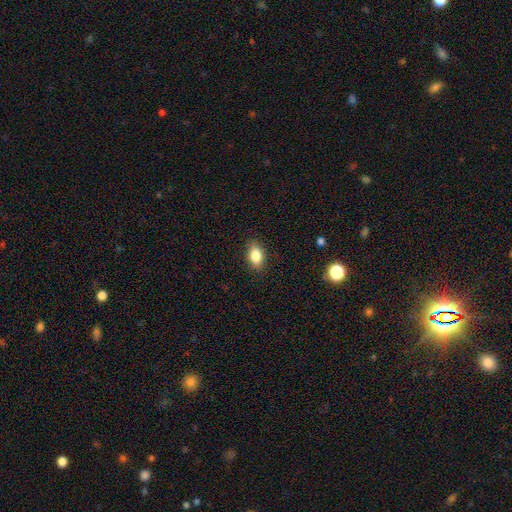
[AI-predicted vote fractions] A smooth galaxy with no disk features (84%) that is in between round and cigar-shaped (86%). Merging: none (86%).